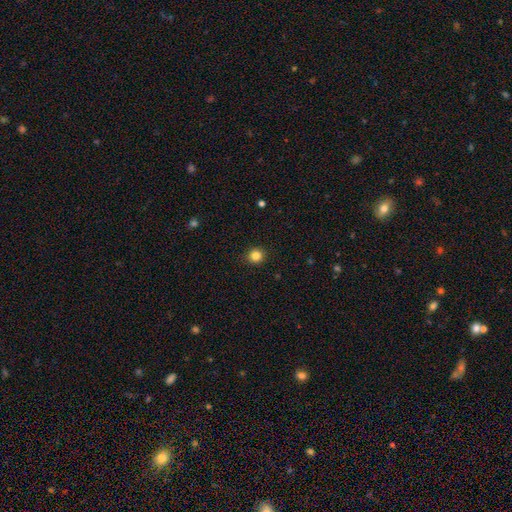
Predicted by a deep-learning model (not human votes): Morphology: type=smooth (84%); roundness=round (92%); merging=none (92%).